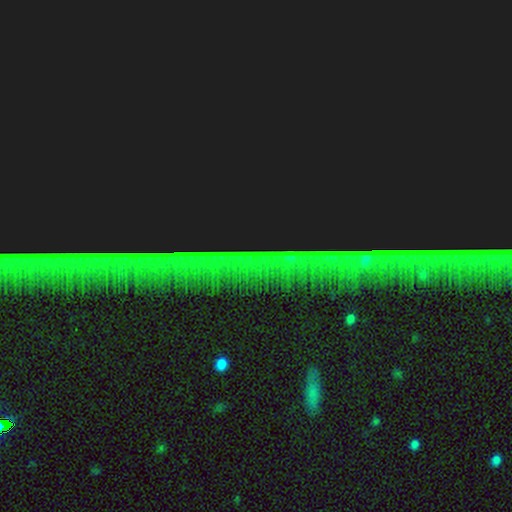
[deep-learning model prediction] smooth-or-featured: star or artifact: 86% | featured or disk: 8% | smooth: 6%